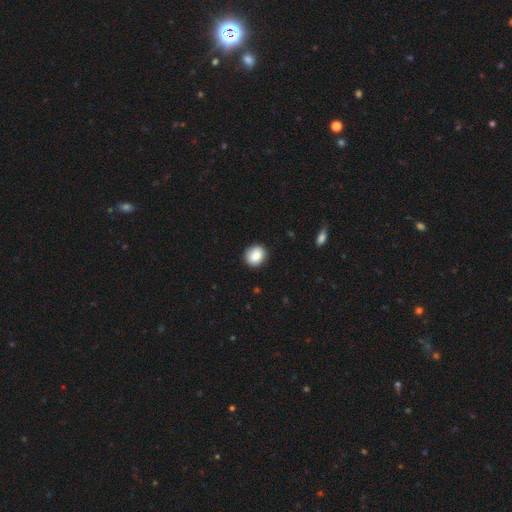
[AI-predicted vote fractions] This appears to be a smooth galaxy with no disk features (86%) that is round (80%). Merging: none (88%).